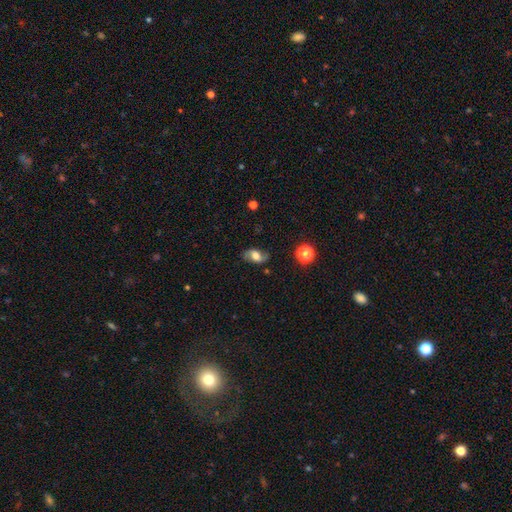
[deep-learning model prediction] Morphology: type=featured or disk (48%); merging=none (78%).